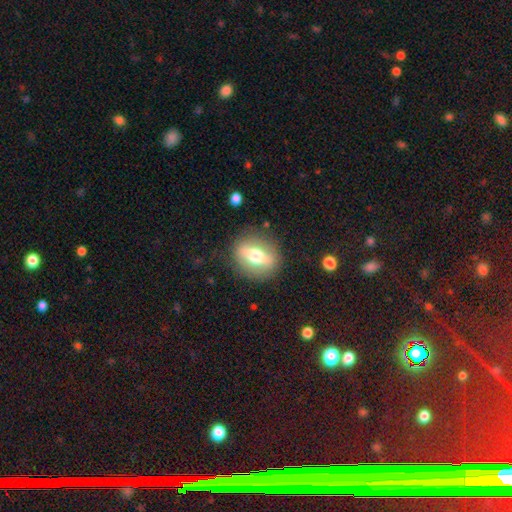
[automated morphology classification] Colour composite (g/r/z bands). It shows a featured or disk galaxy (50%). Merging: none (84%).